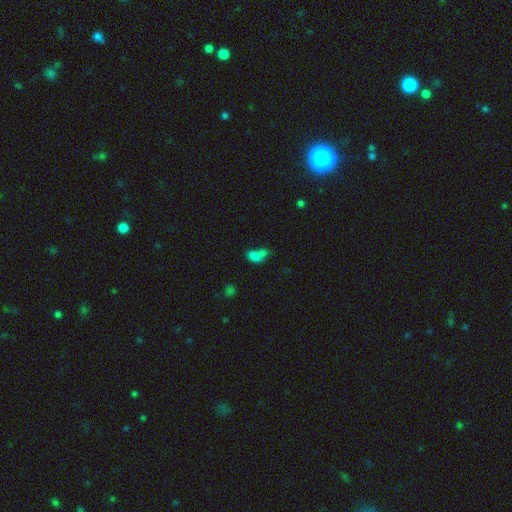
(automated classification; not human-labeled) A smooth galaxy with no disk features (73%) that is in between round and cigar-shaped (73%). Merging: merger (61%).